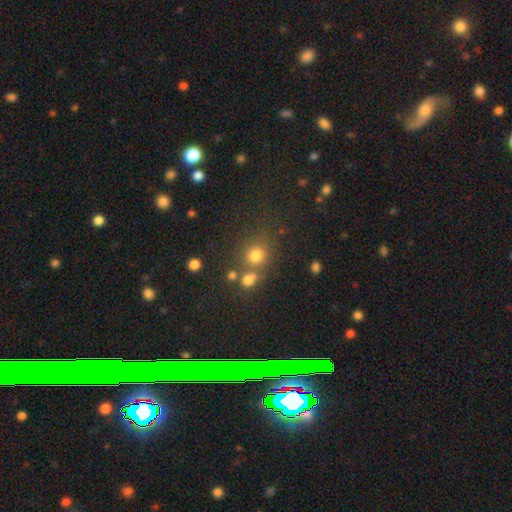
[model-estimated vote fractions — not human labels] Smooth or featured? Predicted: smooth (p=0.74). How rounded? Predicted: round (p=0.84). Merging? Predicted: none (p=0.60).